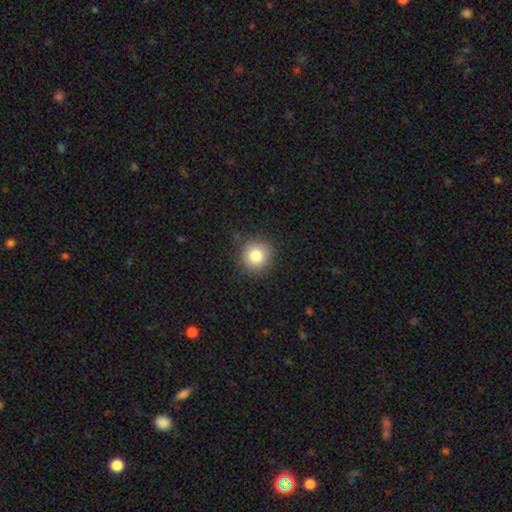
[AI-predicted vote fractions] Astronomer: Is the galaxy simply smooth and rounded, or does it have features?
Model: smooth — 83%.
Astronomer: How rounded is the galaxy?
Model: round — 92%.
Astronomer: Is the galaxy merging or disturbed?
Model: none — 88%.